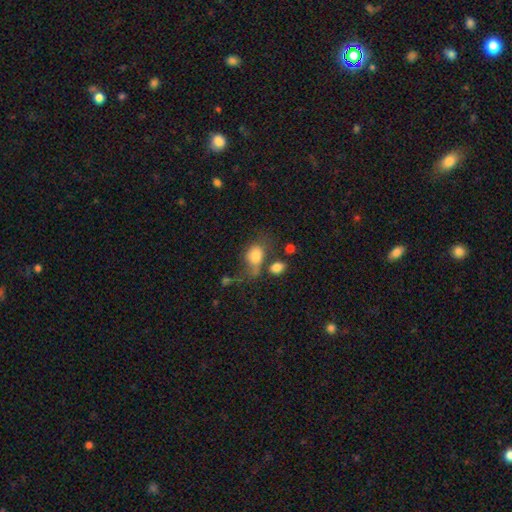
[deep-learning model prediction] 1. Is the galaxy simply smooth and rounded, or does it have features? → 76% smooth, 14% featured or disk, 10% star or artifact.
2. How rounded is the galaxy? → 72% in between, 26% round, 2% cigar-shaped.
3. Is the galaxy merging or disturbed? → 30% none, 27% major disturbance, 22% minor disturbance, 21% merger.